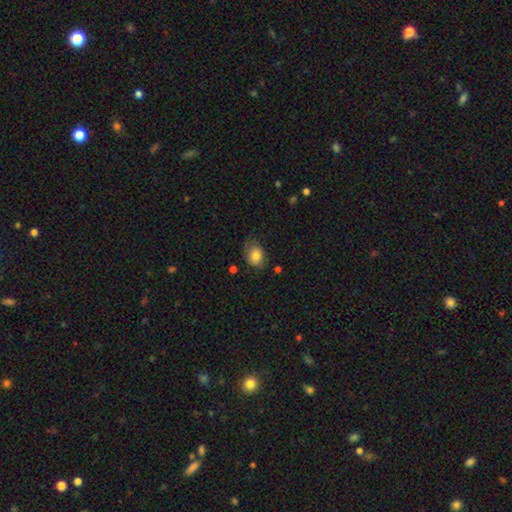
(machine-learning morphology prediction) Smooth or featured?
  - smooth: 79% *
  - featured or disk: 13%
  - star or artifact: 8%
How rounded?
  - in between: 65% *
  - round: 34%
  - cigar-shaped: 1%
Merging?
  - none: 53% *
  - minor disturbance: 32%
  - major disturbance: 12%
  - merger: 2%